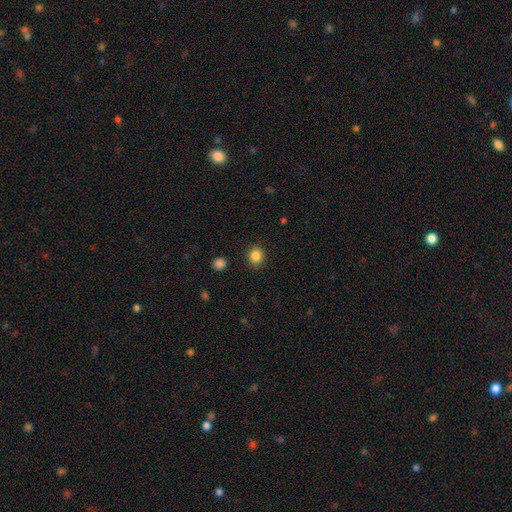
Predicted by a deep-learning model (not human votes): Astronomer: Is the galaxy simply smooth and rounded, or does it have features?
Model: smooth — 85%.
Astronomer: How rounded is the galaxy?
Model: round — 76%.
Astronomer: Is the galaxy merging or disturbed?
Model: none — 90%.